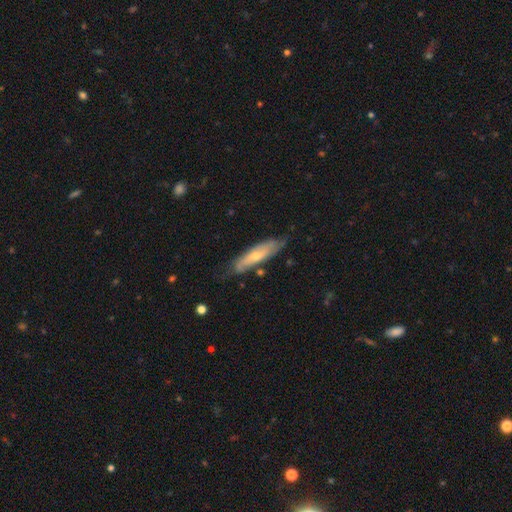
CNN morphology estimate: Smooth or featured?
  - featured or disk: 55% *
  - smooth: 39%
  - star or artifact: 6%
Edge-on disk?
  - no: 59% *
  - yes: 41%
Merging?
  - none: 67% *
  - minor disturbance: 24%
  - major disturbance: 6%
  - merger: 3%